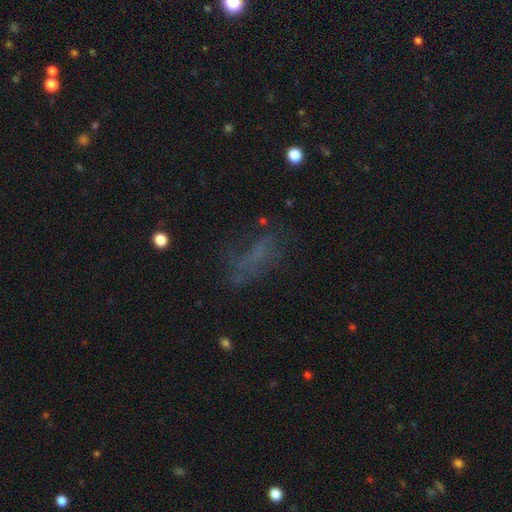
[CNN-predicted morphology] A smooth galaxy with no disk features (40%).

Vote fractions:
- Smooth or featured? smooth: 40% / featured or disk: 30% / star or artifact: 29%
- Merging? none: 47% / major disturbance: 28% / minor disturbance: 21% / merger: 4%